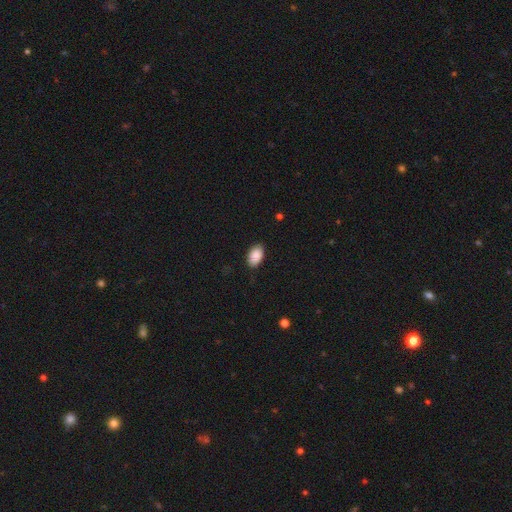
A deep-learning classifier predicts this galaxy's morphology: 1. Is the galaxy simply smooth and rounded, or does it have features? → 90% smooth, 7% star or artifact, 4% featured or disk.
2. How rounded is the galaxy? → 94% in between, 5% round, 1% cigar-shaped.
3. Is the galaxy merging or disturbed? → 87% none, 10% minor disturbance, 2% major disturbance, 1% merger.